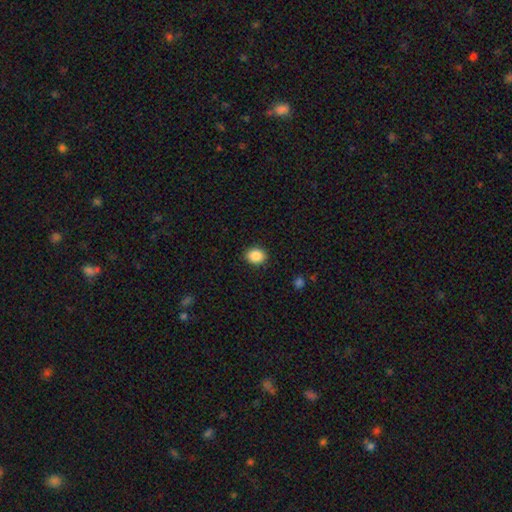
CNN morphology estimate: smooth_or_featured: smooth (p=0.87) [alt: star or artifact p=0.09]
how_rounded: round (p=0.60) [alt: in between p=0.39]
merging: none (p=0.90) [alt: minor disturbance p=0.07]